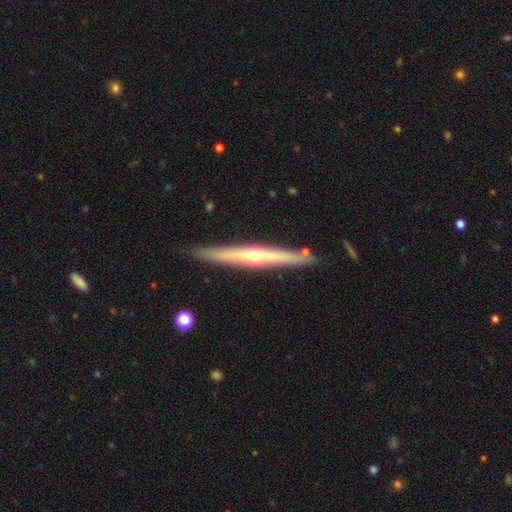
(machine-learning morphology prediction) Smooth or featured: featured or disk — 73% (smooth — 21%)
Edge-on disk: yes — 96% (no — 4%)
Edge-on bulge: rounded — 85% (none — 13%)
Merging: none — 87% (minor disturbance — 9%)